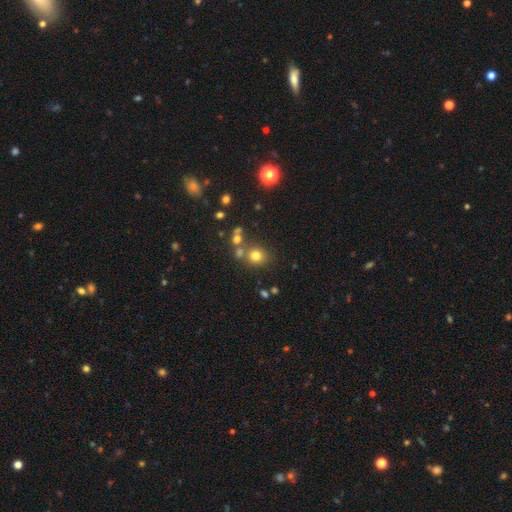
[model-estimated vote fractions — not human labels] Q: Smooth or featured?
A: smooth (73%); runner-up: star or artifact (17%)
Q: How rounded?
A: round (81%); runner-up: in between (18%)
Q: Merging?
A: none (64%); runner-up: merger (22%)